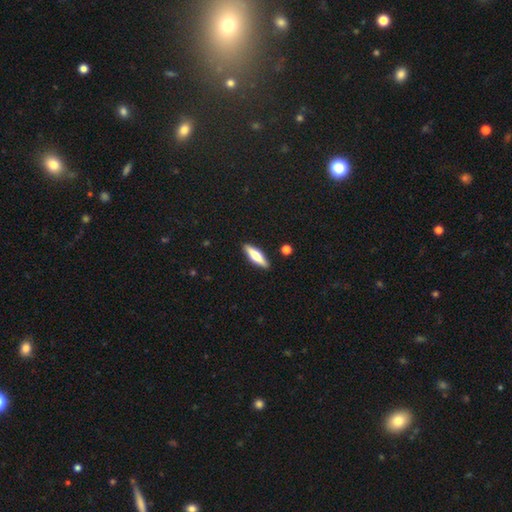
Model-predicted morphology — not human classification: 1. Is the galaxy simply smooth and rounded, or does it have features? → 56% smooth, 38% featured or disk, 6% star or artifact.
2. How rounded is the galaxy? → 69% cigar-shaped, 29% in between, 2% round.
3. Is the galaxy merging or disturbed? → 89% none, 8% minor disturbance, 2% merger, 2% major disturbance.